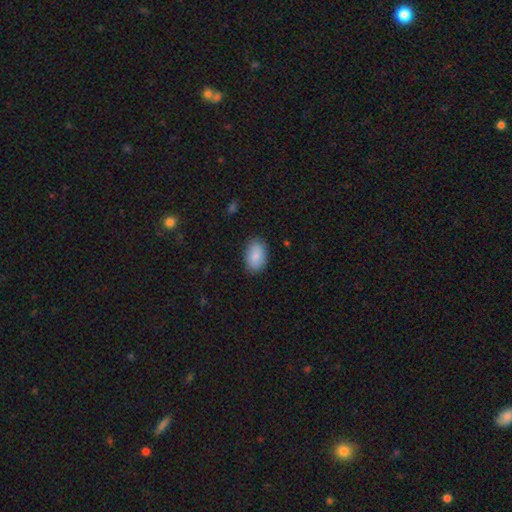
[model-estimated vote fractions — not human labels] Smooth or featured: smooth — 87% (featured or disk — 7%)
How rounded: in between — 92% (round — 7%)
Merging: none — 85% (minor disturbance — 11%)